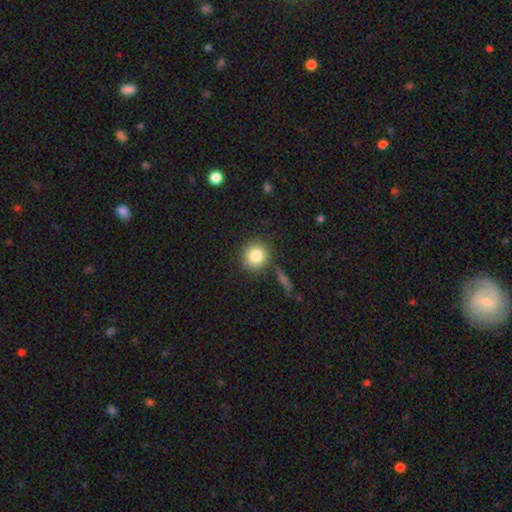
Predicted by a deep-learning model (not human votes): Smooth or featured? smooth (84%)
How rounded? round (88%)
Merging? none (82%)